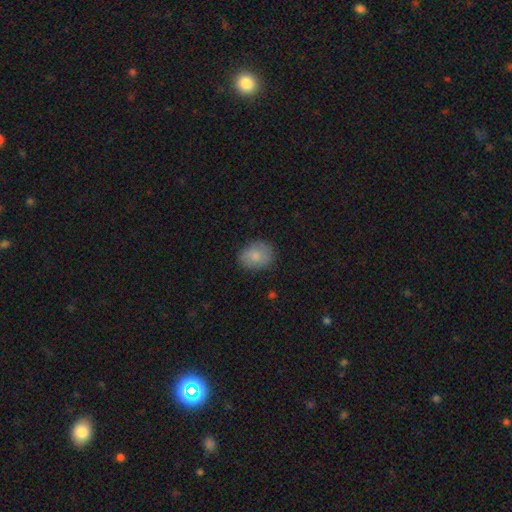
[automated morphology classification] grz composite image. It shows a smooth galaxy with no disk features (83%) that is in between round and cigar-shaped (53%). Merging: none (82%).